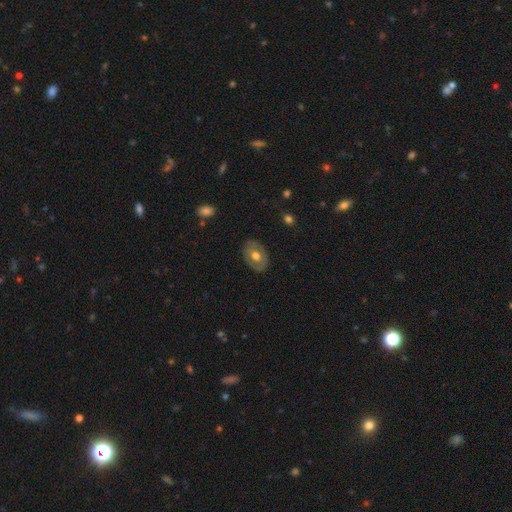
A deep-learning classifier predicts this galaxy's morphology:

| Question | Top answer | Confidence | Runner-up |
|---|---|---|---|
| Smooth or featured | smooth | 53% | featured or disk (41%) |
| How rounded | in between | 80% | round (19%) |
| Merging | none | 82% | minor disturbance (13%) |